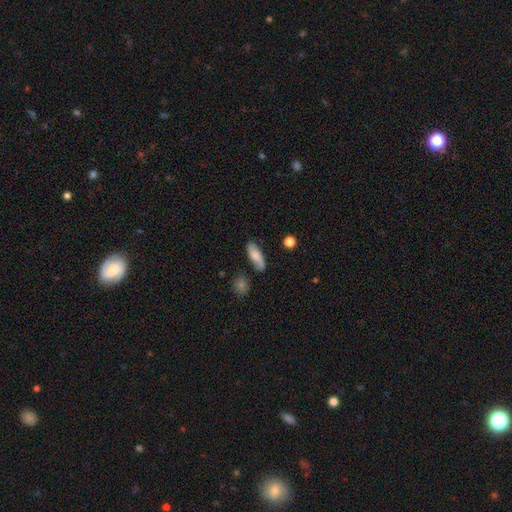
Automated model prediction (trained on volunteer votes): Morphology: type=smooth (73%); roundness=in between (67%); merging=none (69%).